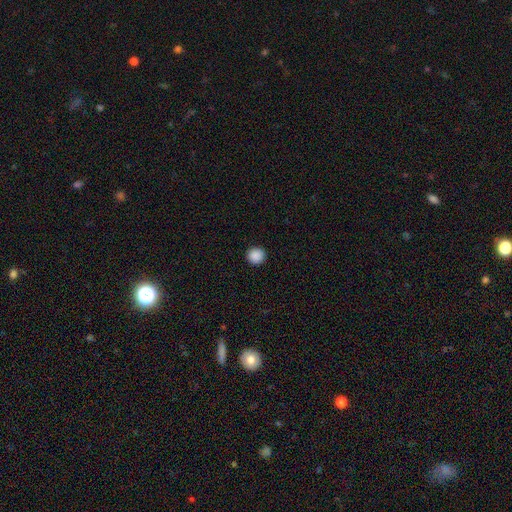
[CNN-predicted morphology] Smooth or featured: smooth — 89% (star or artifact — 9%)
How rounded: round — 95% (in between — 4%)
Merging: none — 93% (minor disturbance — 4%)